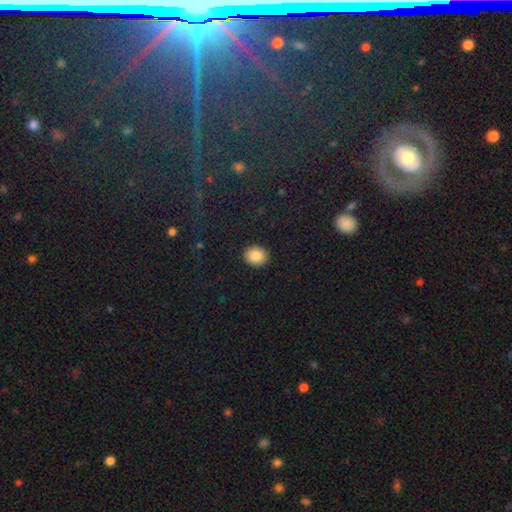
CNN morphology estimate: A smooth galaxy with no disk features (86%) that is round (68%).

Vote fractions:
- Smooth or featured? smooth: 86% / star or artifact: 9% / featured or disk: 5%
- How rounded? round: 68% / in between: 31% / cigar-shaped: 1%
- Merging? none: 91% / minor disturbance: 6% / major disturbance: 2% / merger: 1%